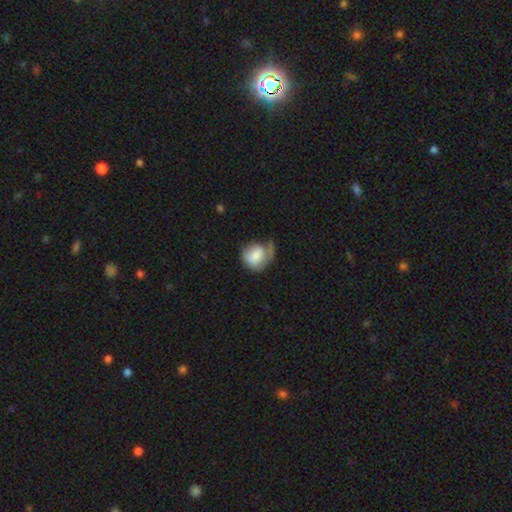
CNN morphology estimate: Q: Smooth or featured?
A: smooth (72%); runner-up: featured or disk (21%)
Q: How rounded?
A: round (69%); runner-up: in between (30%)
Q: Merging?
A: none (34%); runner-up: minor disturbance (32%)